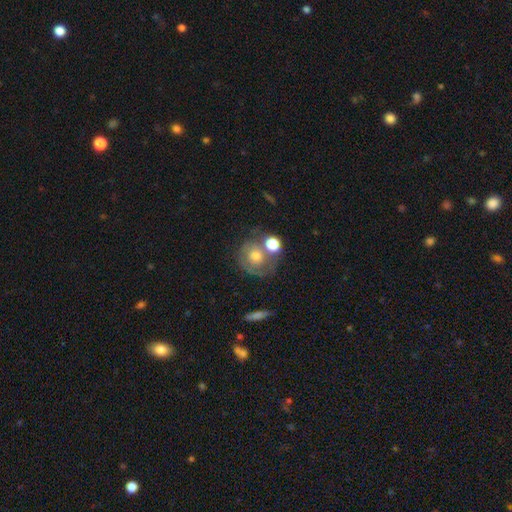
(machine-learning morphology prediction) Smooth or featured? smooth (47%)
Merging? none (45%)